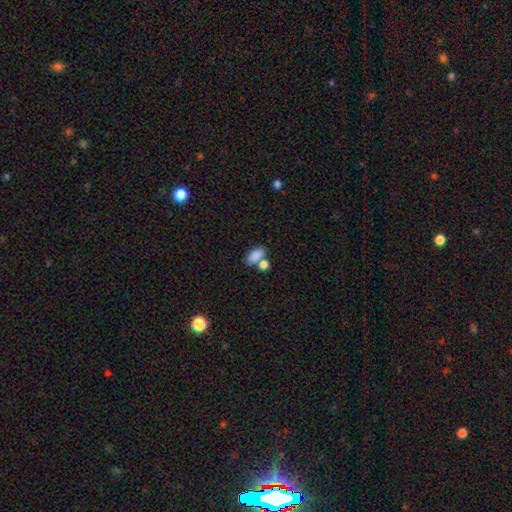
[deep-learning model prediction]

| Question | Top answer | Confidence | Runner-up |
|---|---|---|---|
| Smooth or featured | smooth | 84% | star or artifact (9%) |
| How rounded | in between | 90% | round (7%) |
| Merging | none | 47% | merger (36%) |